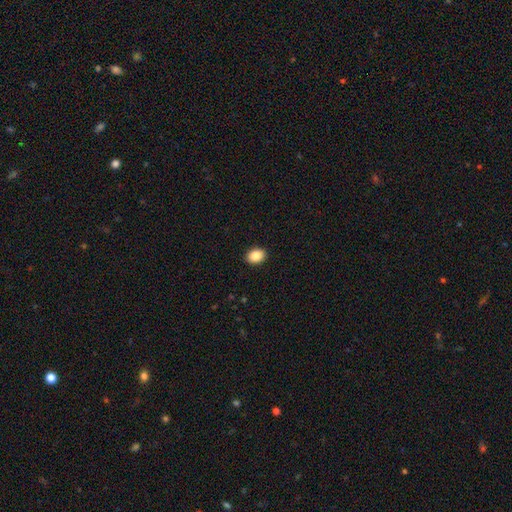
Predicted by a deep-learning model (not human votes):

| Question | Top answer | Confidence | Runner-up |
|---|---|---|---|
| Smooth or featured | smooth | 87% | star or artifact (9%) |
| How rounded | in between | 61% | round (38%) |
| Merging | none | 91% | minor disturbance (6%) |